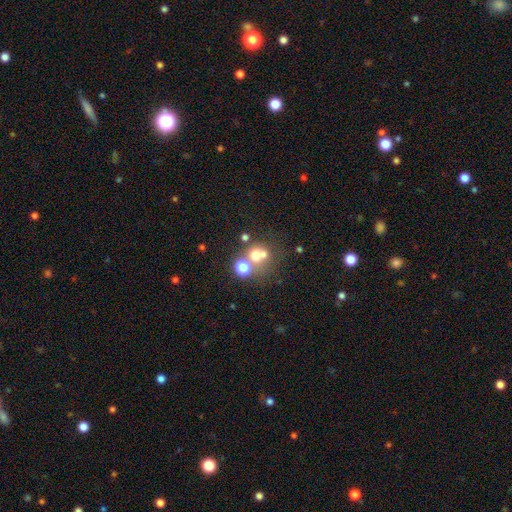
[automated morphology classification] This appears to be a smooth galaxy with no disk features (60%) that is round (81%). Merging: merger (44%).